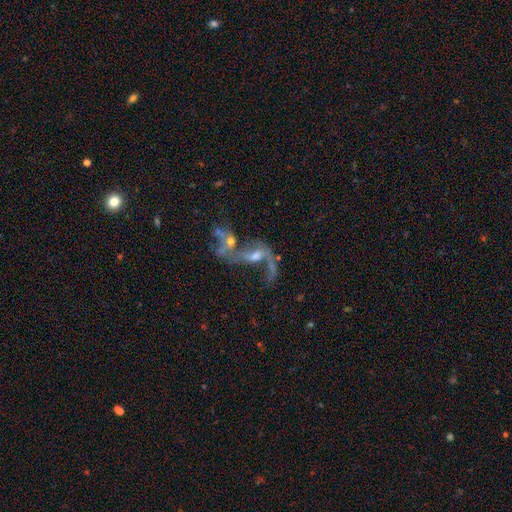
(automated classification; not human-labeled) smooth-or-featured: featured or disk: 69% | smooth: 18% | star or artifact: 13%
  disk-edge-on: no: 94% | yes: 6%
    bar: no: 50% | weak: 36% | strong: 14%
    has-spiral-arms: yes: 67% | no: 33%
    bulge-size: moderate: 44% | small: 28% | none: 18% | large: 9% | dominant: 2%
  merging: merger: 56% | major disturbance: 21% | none: 16% | minor disturbance: 8%